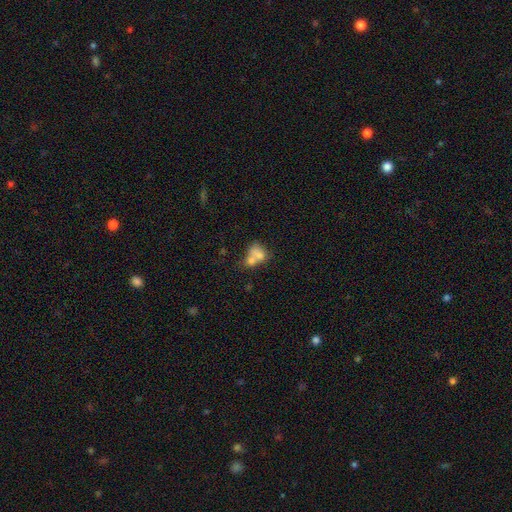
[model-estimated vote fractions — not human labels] A smooth galaxy with no disk features (68%) that is in between round and cigar-shaped (60%).

Vote fractions:
- Smooth or featured? smooth: 68% / featured or disk: 21% / star or artifact: 11%
- How rounded? in between: 60% / round: 38% / cigar-shaped: 2%
- Merging? merger: 66% / none: 20% / minor disturbance: 8% / major disturbance: 6%